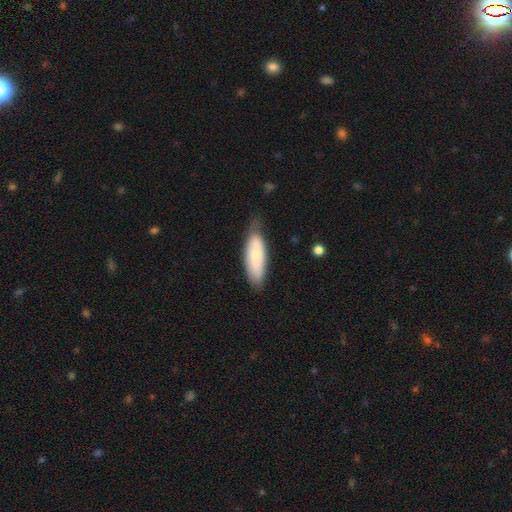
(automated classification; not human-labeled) smooth 70%, featured or disk 24%, star or artifact 6%. Down the decision tree: how rounded — in between (68%); merging — none (61%).